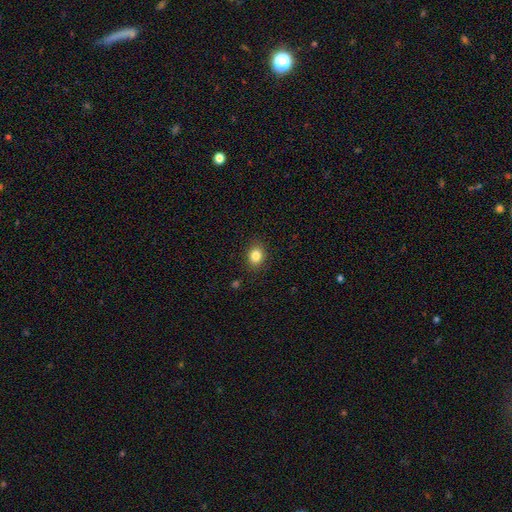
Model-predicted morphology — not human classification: Smooth or featured? Predicted: smooth (p=0.84). How rounded? Predicted: round (p=0.52). Merging? Predicted: none (p=0.87).